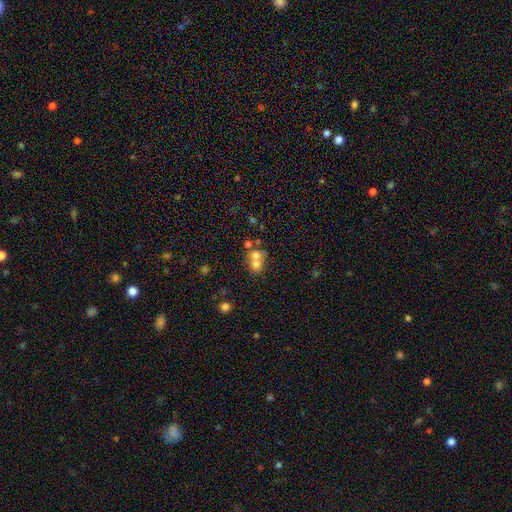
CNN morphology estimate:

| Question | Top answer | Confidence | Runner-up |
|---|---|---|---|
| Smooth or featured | smooth | 65% | featured or disk (22%) |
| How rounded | round | 69% | in between (30%) |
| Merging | merger | 62% | none (28%) |